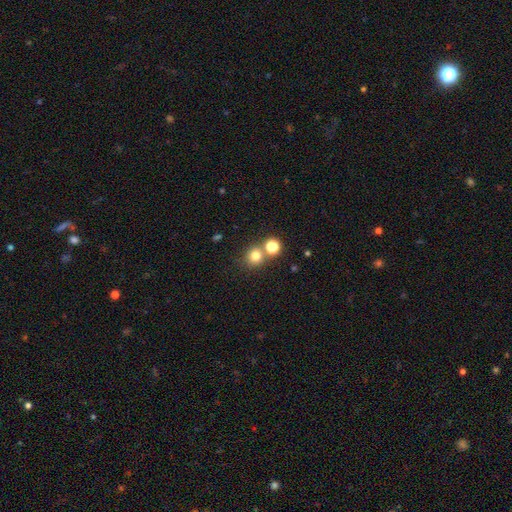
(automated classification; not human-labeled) Smooth or featured: smooth — 77% (star or artifact — 15%)
How rounded: round — 88% (in between — 11%)
Merging: none — 63% (merger — 26%)